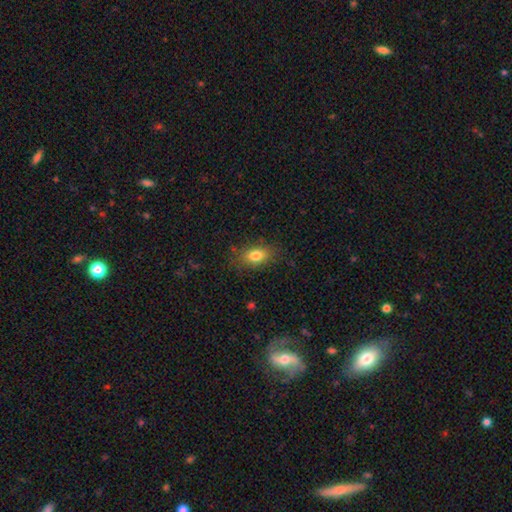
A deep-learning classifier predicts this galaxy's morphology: This appears to be a smooth galaxy with no disk features (81%) that is in between round and cigar-shaped (82%). Merging: none (81%).